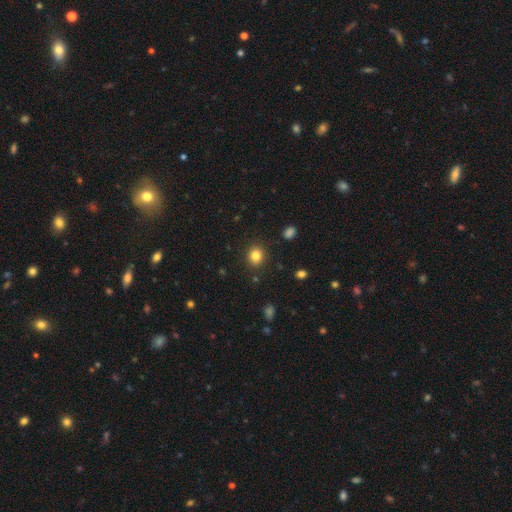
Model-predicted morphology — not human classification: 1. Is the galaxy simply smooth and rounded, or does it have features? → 83% smooth, 12% star or artifact, 6% featured or disk.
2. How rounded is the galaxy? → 74% round, 25% in between, 1% cigar-shaped.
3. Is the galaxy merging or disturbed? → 89% none, 7% minor disturbance, 2% major disturbance, 1% merger.